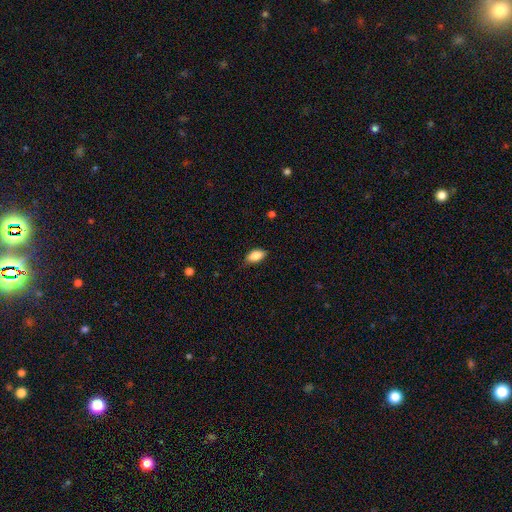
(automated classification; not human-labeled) Overall: smooth (85%). How rounded: in between (90%). Merging: none (78%).